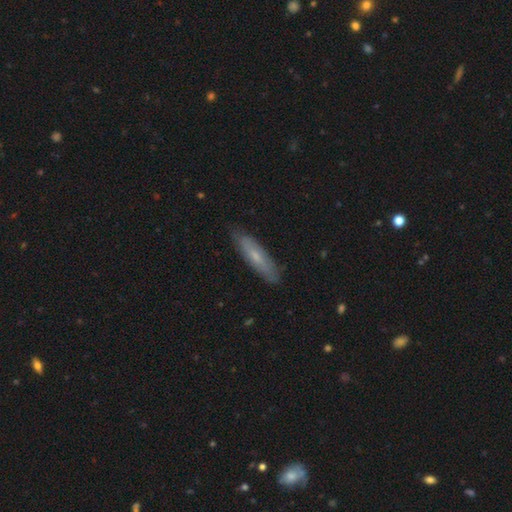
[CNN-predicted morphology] This appears to be a smooth galaxy with no disk features (54%) that is cigar-shaped (71%). Merging: none (83%).